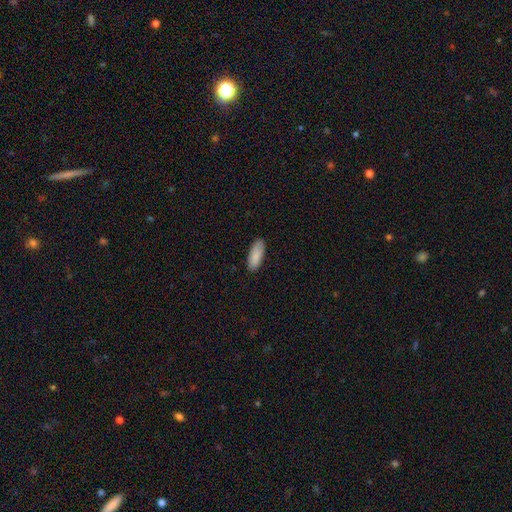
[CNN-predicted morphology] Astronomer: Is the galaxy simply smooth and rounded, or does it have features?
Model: smooth — 88%.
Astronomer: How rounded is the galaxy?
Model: in between — 75%.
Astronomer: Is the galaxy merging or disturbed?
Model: none — 86%.